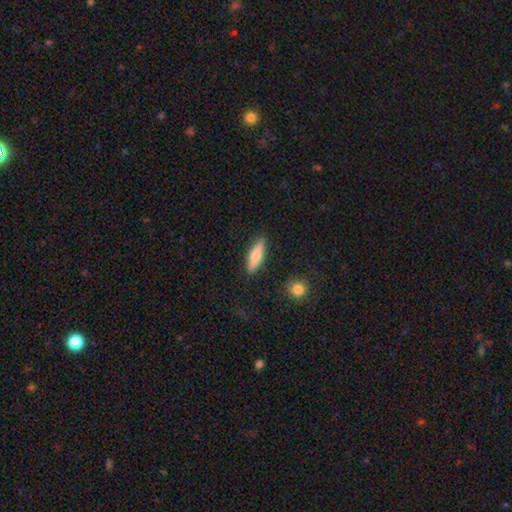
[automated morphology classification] Overall: smooth (63%; featured or disk 31%). How rounded: cigar-shaped (67%; in between 30%). Merging: none (88%).